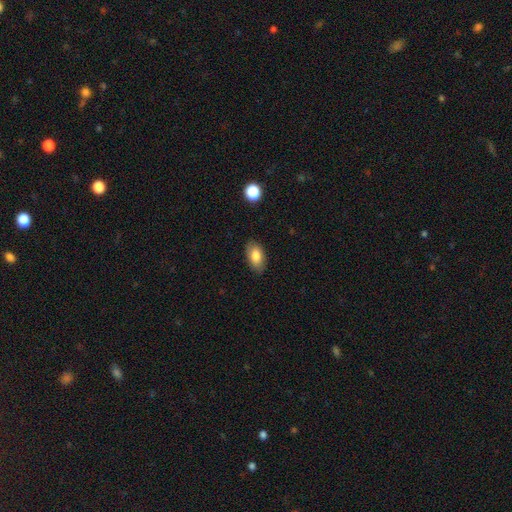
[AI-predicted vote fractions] smooth-or-featured: smooth: 82% | featured or disk: 11% | star or artifact: 7%
  how-rounded: in between: 93% | round: 5% | cigar-shaped: 2%
  merging: none: 84% | minor disturbance: 12% | major disturbance: 3% | merger: 1%